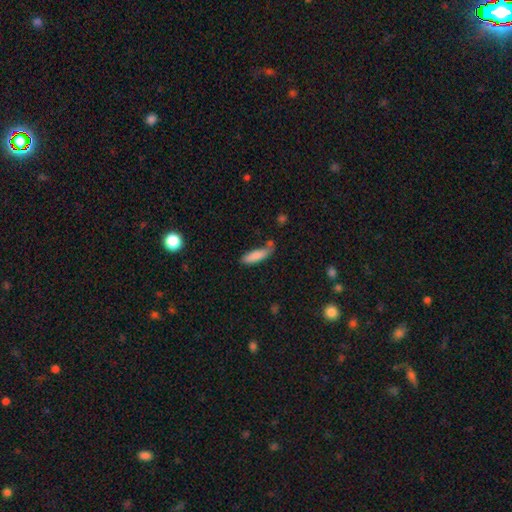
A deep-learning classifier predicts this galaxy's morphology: smooth-or-featured: smooth: 83% | featured or disk: 10% | star or artifact: 7%
  how-rounded: cigar-shaped: 56% | in between: 42% | round: 2%
  merging: none: 54% | minor disturbance: 26% | merger: 11% | major disturbance: 9%